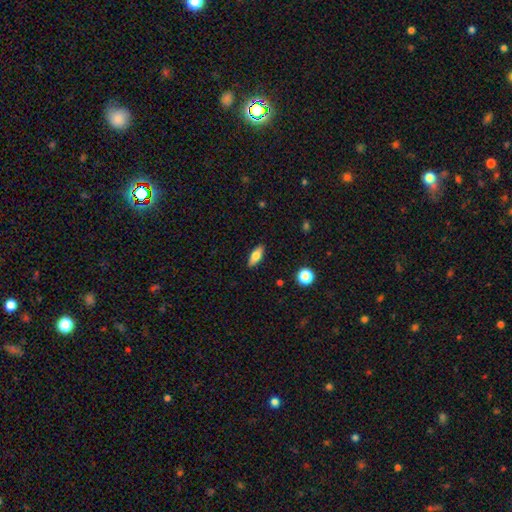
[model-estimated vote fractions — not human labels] Q: Smooth or featured?
A: smooth (72%); runner-up: featured or disk (21%)
Q: How rounded?
A: in between (74%); runner-up: cigar-shaped (23%)
Q: Merging?
A: none (89%); runner-up: minor disturbance (8%)